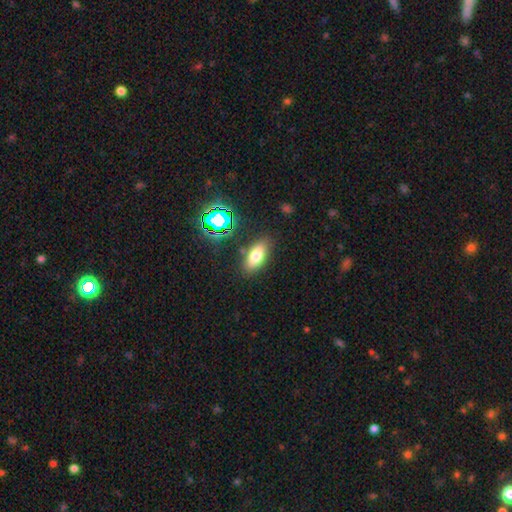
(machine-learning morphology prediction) type=smooth (71%); roundness=in between (83%); merging=none (83%).